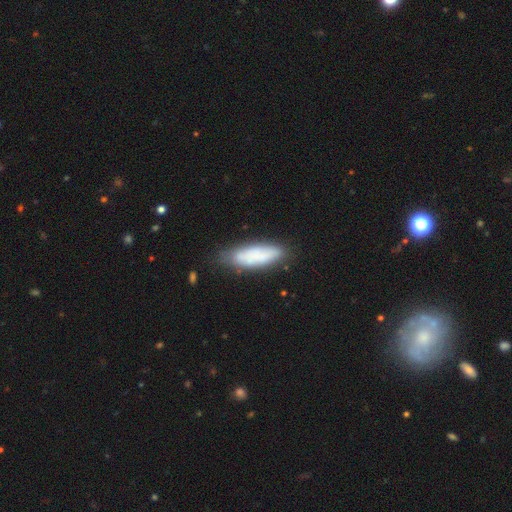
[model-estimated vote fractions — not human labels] smooth-or-featured: smooth: 71% | featured or disk: 21% | star or artifact: 7%
  how-rounded: in between: 54% | cigar-shaped: 44% | round: 2%
  merging: none: 69% | minor disturbance: 22% | major disturbance: 6% | merger: 3%